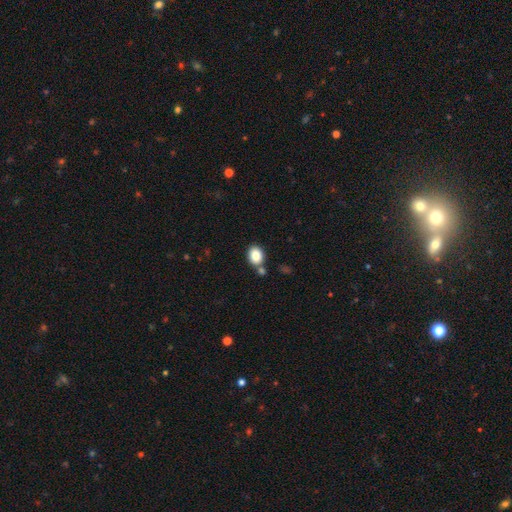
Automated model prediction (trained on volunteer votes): The model was most divided on "how rounded": in between: 53%, round: 46%, cigar-shaped: 1%. More confident: smooth or featured — smooth (85%); merging — none (69%).